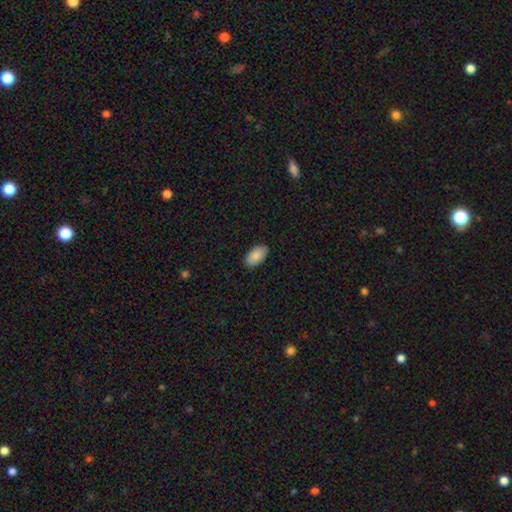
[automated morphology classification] smooth_or_featured: smooth (p=0.87) [alt: featured or disk p=0.06]
how_rounded: in between (p=0.95) [alt: round p=0.04]
merging: none (p=0.88) [alt: minor disturbance p=0.09]